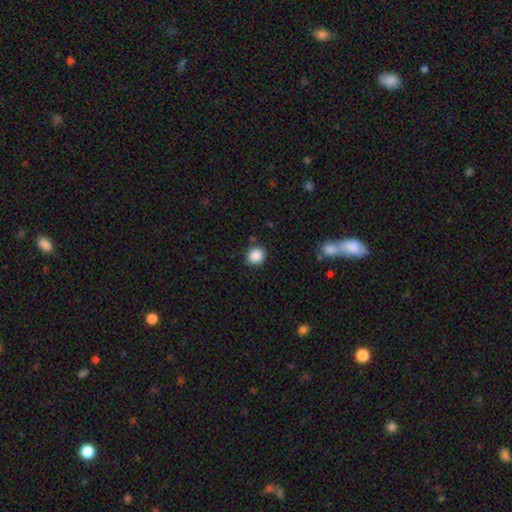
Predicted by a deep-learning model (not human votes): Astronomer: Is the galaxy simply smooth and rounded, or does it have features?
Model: smooth — 87%.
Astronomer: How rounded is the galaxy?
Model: round — 88%.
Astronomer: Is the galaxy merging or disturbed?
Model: none — 88%.